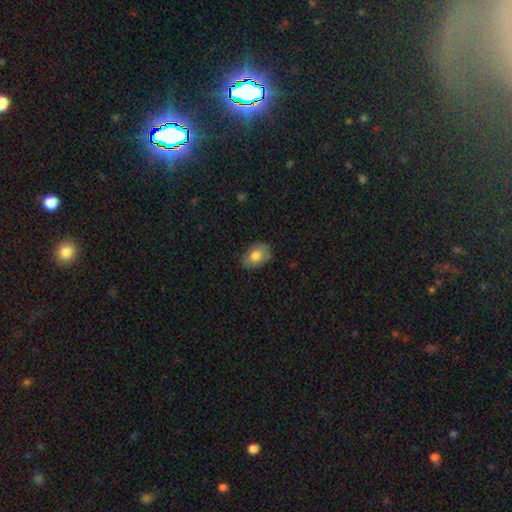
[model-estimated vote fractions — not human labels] Morphology: type=smooth (76%); roundness=in between (79%); merging=none (80%).